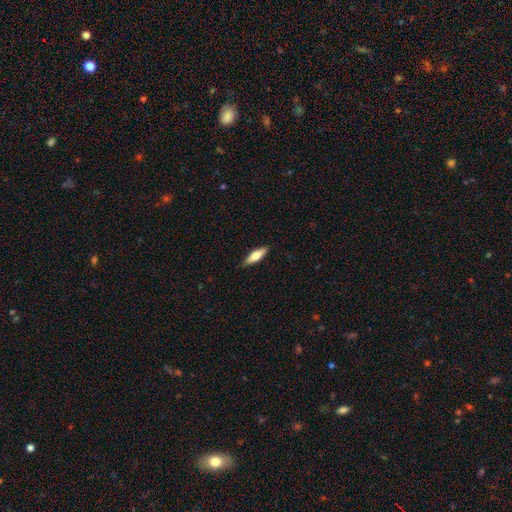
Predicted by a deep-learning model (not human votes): A smooth galaxy with no disk features (61%) that is cigar-shaped (59%). Merging: none (88%).